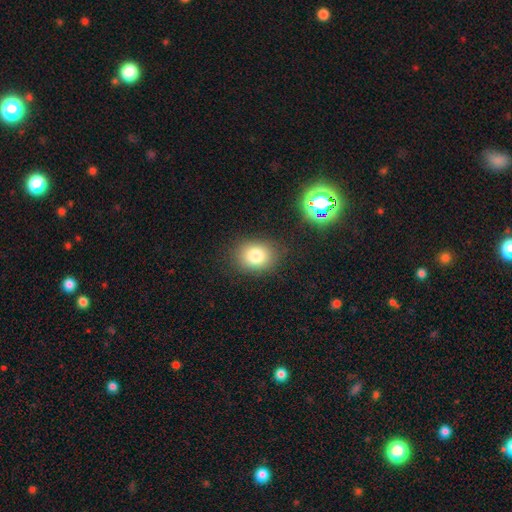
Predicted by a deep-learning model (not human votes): A smooth galaxy with no disk features (81%) that is round (52%).

Vote fractions:
- Smooth or featured? smooth: 81% / star or artifact: 12% / featured or disk: 8%
- How rounded? round: 52% / in between: 47% / cigar-shaped: 1%
- Merging? none: 85% / minor disturbance: 10% / major disturbance: 3% / merger: 2%